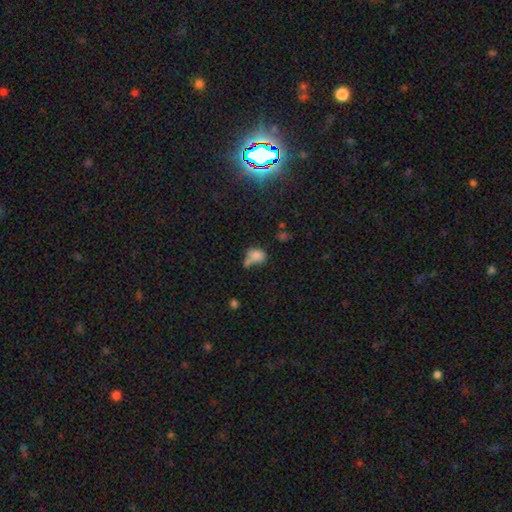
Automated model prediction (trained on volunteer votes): smooth_or_featured: smooth (p=0.75) [alt: star or artifact p=0.13]
how_rounded: in between (p=0.67) [alt: round p=0.31]
merging: merger (p=0.41) [alt: none p=0.34]